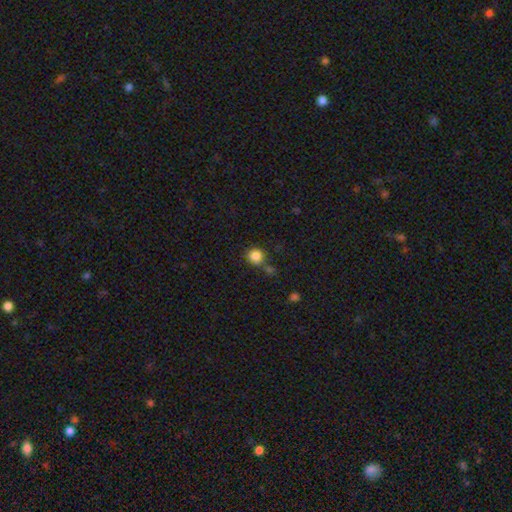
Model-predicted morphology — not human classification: smooth-or-featured: smooth: 84% | star or artifact: 11% | featured or disk: 5%
  how-rounded: round: 87% | in between: 12% | cigar-shaped: 1%
  merging: none: 66% | merger: 16% | minor disturbance: 14% | major disturbance: 5%